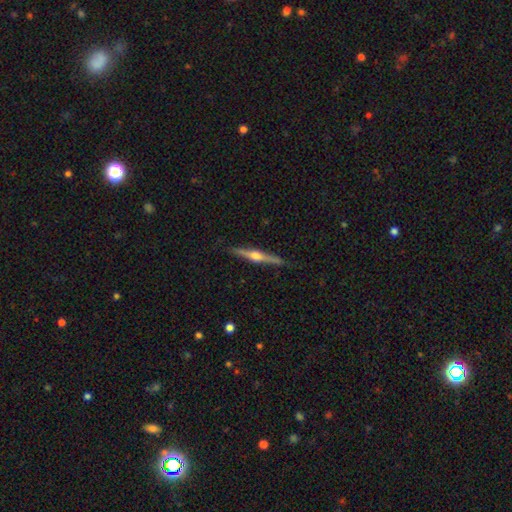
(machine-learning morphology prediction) featured or disk 78%, smooth 17%, star or artifact 5%. Down the decision tree: edge-on disk — yes (98%); edge-on bulge — rounded (94%); merging — none (89%).